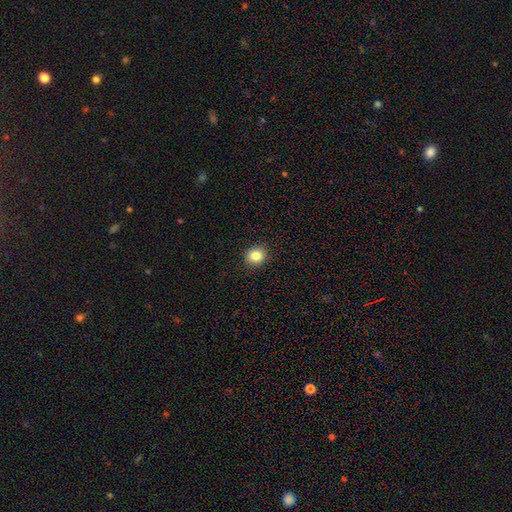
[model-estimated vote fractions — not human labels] smooth_or_featured: smooth (p=0.84) [alt: star or artifact p=0.10]
how_rounded: round (p=0.73) [alt: in between p=0.26]
merging: none (p=0.91) [alt: minor disturbance p=0.07]